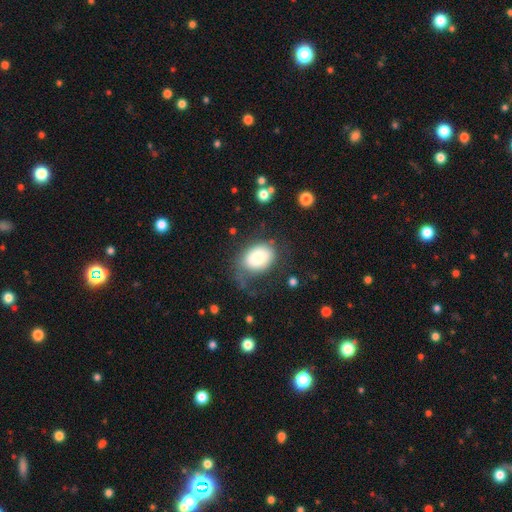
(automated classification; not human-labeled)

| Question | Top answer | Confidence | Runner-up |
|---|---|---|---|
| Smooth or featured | smooth | 81% | featured or disk (12%) |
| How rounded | in between | 74% | round (25%) |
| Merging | none | 49% | minor disturbance (27%) |